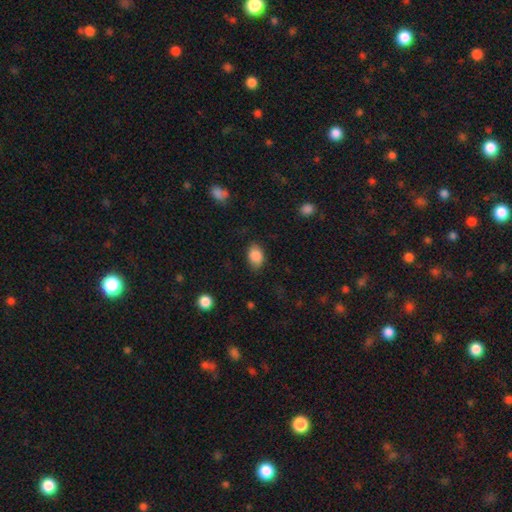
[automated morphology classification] This appears to be a smooth galaxy with no disk features (87%) that is in between round and cigar-shaped (83%). Merging: none (79%).